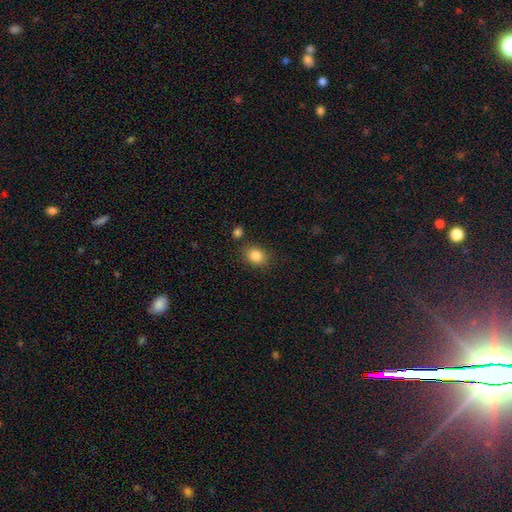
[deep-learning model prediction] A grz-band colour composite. It shows a smooth galaxy with no disk features (85%) that is in between round and cigar-shaped (51%). Merging: none (81%).